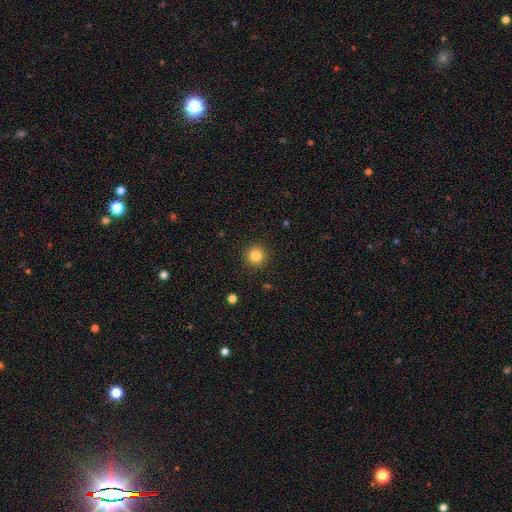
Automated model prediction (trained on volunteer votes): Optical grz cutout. It shows a smooth galaxy with no disk features (84%) that is round (95%). Merging: none (92%).